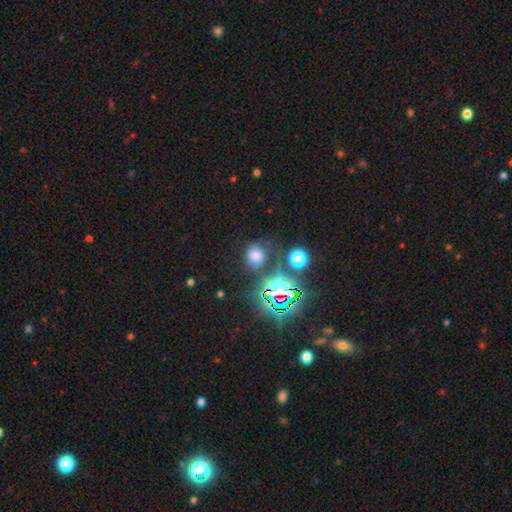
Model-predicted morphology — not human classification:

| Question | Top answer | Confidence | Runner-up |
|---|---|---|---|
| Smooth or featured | smooth | 51% | star or artifact (31%) |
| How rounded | round | 75% | in between (24%) |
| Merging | none | 57% | minor disturbance (21%) |